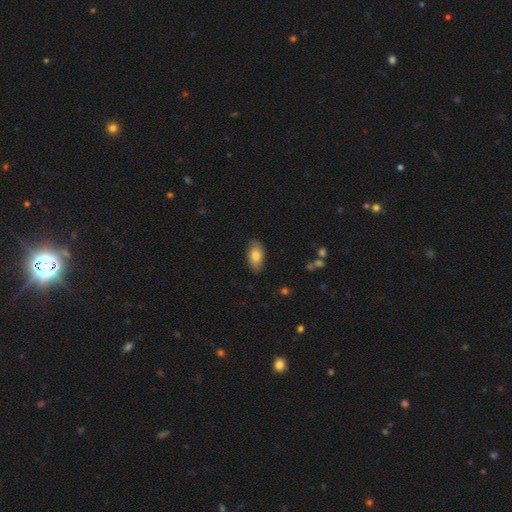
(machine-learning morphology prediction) Smooth or featured? smooth (78%)
How rounded? in between (92%)
Merging? none (83%)